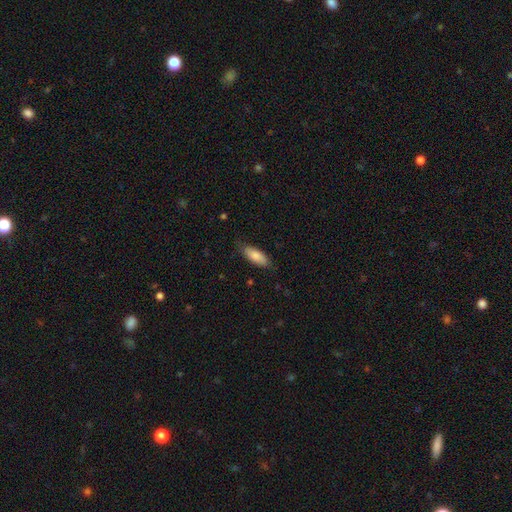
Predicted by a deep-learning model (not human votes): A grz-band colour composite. It shows a smooth galaxy with no disk features (81%) that is in between round and cigar-shaped (77%). Merging: none (80%).